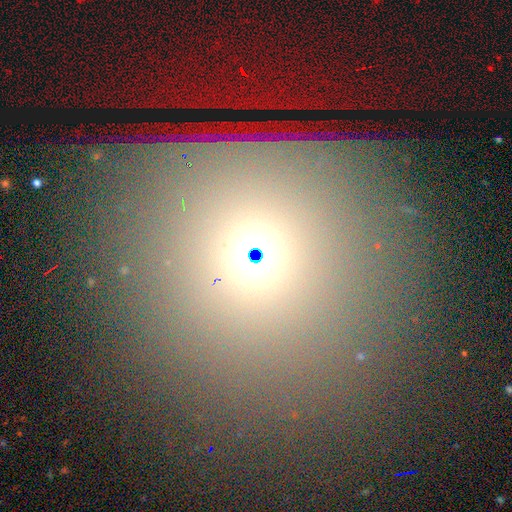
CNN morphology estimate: The model was most divided on "smooth or featured": smooth: 55%, star or artifact: 34%, featured or disk: 11%. More confident: merging — none (78%); how rounded — round (73%).